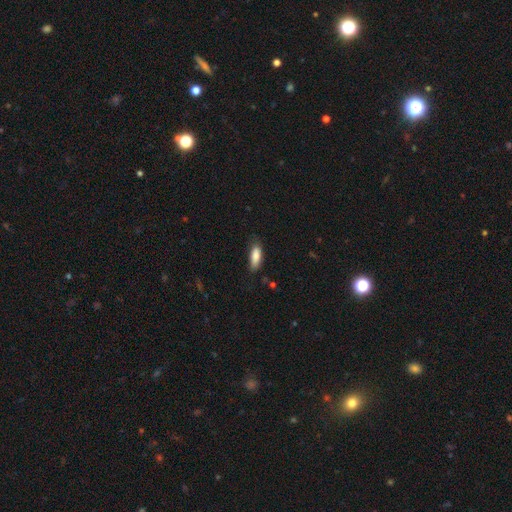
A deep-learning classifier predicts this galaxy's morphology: smooth 83%, featured or disk 10%, star or artifact 7%. Down the decision tree: how rounded — in between (70%); merging — none (70%).